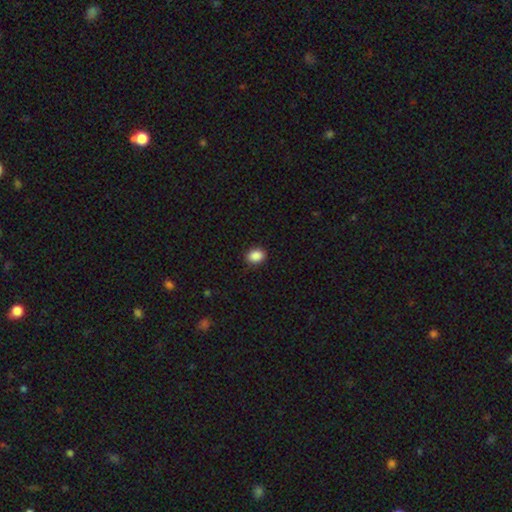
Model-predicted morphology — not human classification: A smooth galaxy with no disk features (89%) that is in between round and cigar-shaped (65%).

Vote fractions:
- Smooth or featured? smooth: 89% / star or artifact: 8% / featured or disk: 3%
- How rounded? in between: 65% / round: 34% / cigar-shaped: 1%
- Merging? none: 89% / minor disturbance: 8% / major disturbance: 2% / merger: 1%